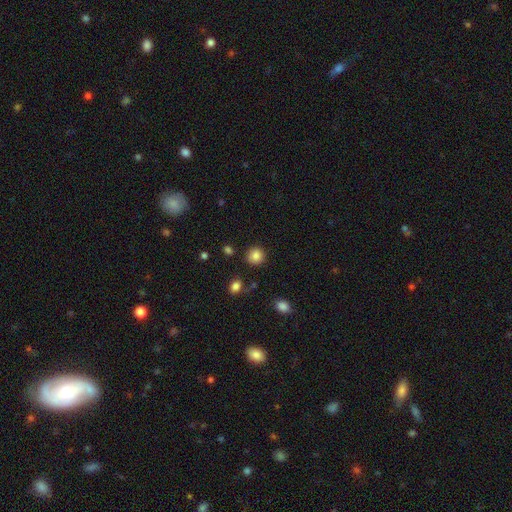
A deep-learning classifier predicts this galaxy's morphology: A smooth galaxy with no disk features (85%) that is round (92%). Merging: none (88%).